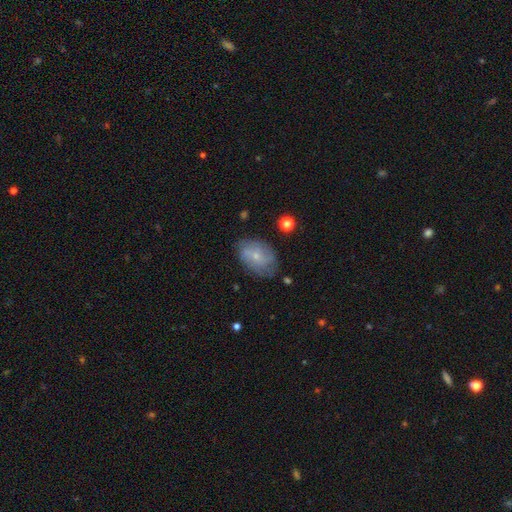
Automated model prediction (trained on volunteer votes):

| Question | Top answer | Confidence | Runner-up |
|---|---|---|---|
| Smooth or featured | featured or disk | 51% | smooth (41%) |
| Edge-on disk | no | 96% | yes (4%) |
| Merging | none | 69% | minor disturbance (22%) |